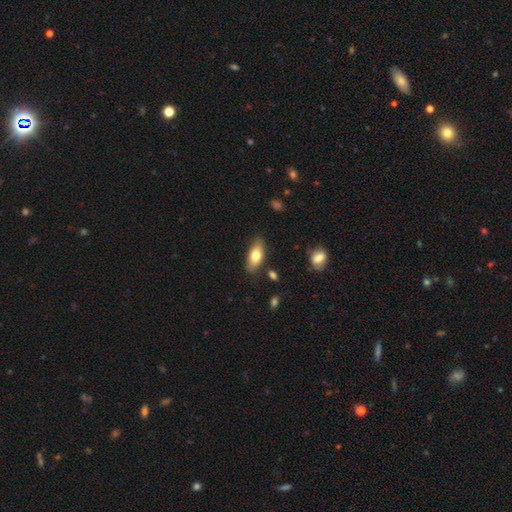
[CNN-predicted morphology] A smooth galaxy with no disk features (73%) that is in between round and cigar-shaped (80%). Merging: none (82%).